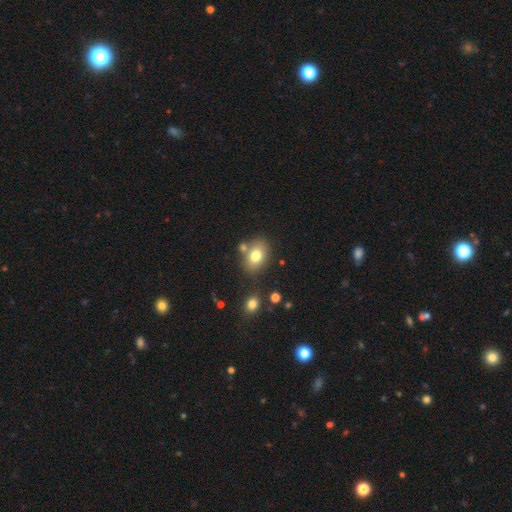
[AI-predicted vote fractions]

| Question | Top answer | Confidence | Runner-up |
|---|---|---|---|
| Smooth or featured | smooth | 77% | featured or disk (13%) |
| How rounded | in between | 70% | round (29%) |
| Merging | none | 70% | minor disturbance (13%) |